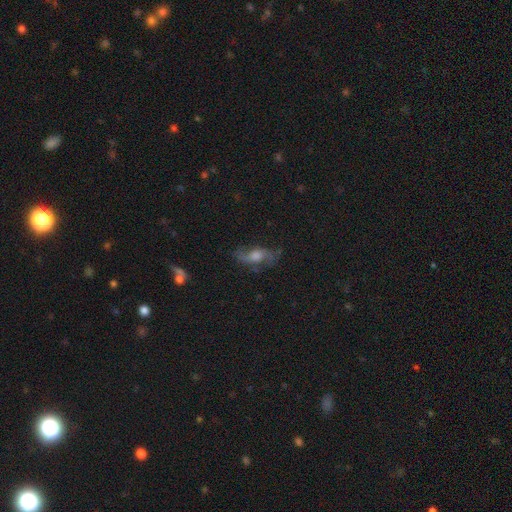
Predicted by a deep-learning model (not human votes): This appears to be a featured or disk galaxy (66%) with no bar (60%), spiral arms (88%) and a moderate central bulge (49%). Merging: none (69%).